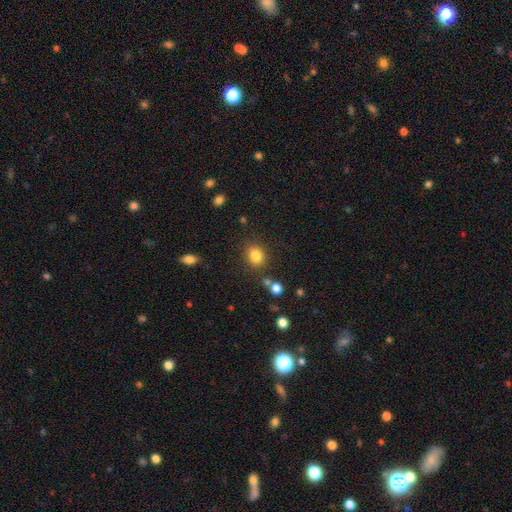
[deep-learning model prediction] Smooth or featured?
  - smooth: 83% *
  - star or artifact: 11%
  - featured or disk: 6%
How rounded?
  - round: 67% *
  - in between: 32%
  - cigar-shaped: 1%
Merging?
  - none: 82% *
  - minor disturbance: 10%
  - merger: 5%
  - major disturbance: 3%